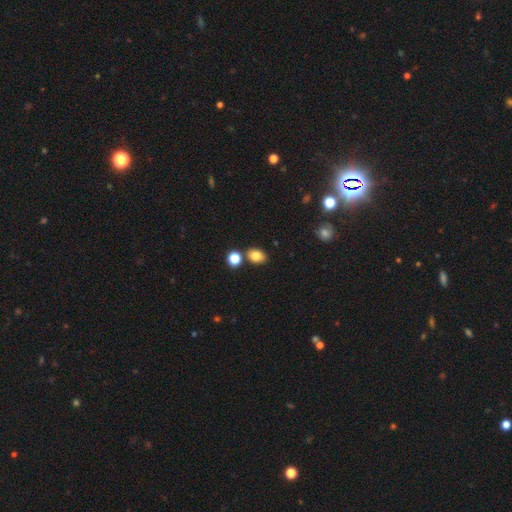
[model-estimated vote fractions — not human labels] smooth_or_featured: smooth (p=0.83) [alt: star or artifact p=0.11]
how_rounded: in between (p=0.67) [alt: round p=0.32]
merging: none (p=0.75) [alt: merger p=0.12]